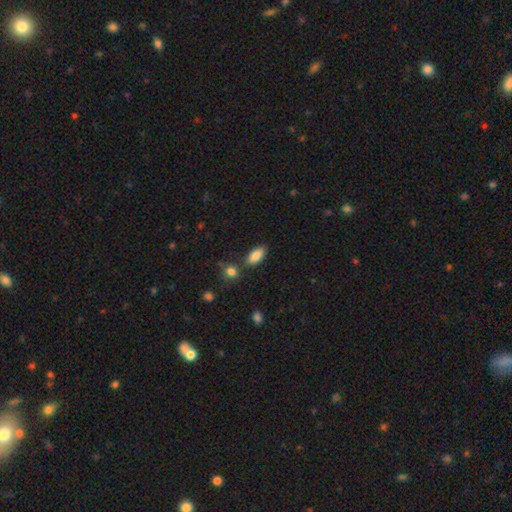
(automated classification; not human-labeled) This is clearly a smooth galaxy (86%). How rounded: clearly in between (90%). Merging: likely none (77%).